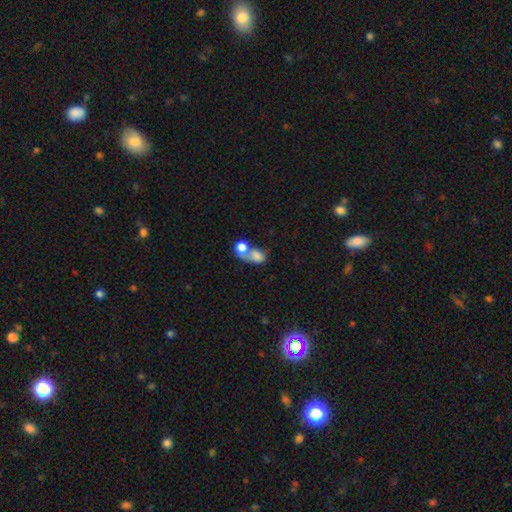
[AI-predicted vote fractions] Q: Smooth or featured?
A: smooth (71%); runner-up: featured or disk (18%)
Q: How rounded?
A: in between (65%); runner-up: round (33%)
Q: Merging?
A: merger (60%); runner-up: none (17%)